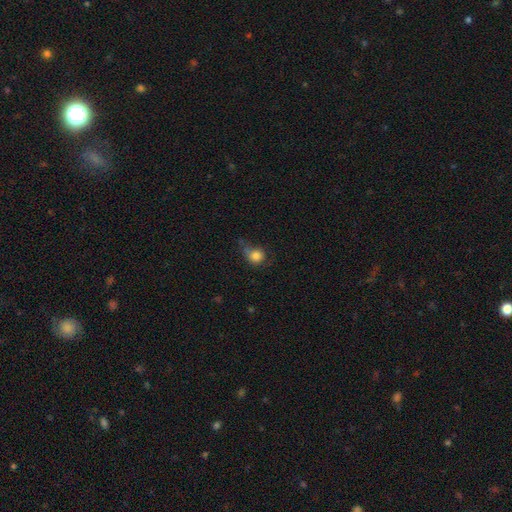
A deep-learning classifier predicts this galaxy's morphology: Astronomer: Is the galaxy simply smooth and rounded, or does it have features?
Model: smooth — 80%.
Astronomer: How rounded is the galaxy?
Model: round — 79%.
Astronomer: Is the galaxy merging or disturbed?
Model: none — 40% (runner-up: minor disturbance, 33%).